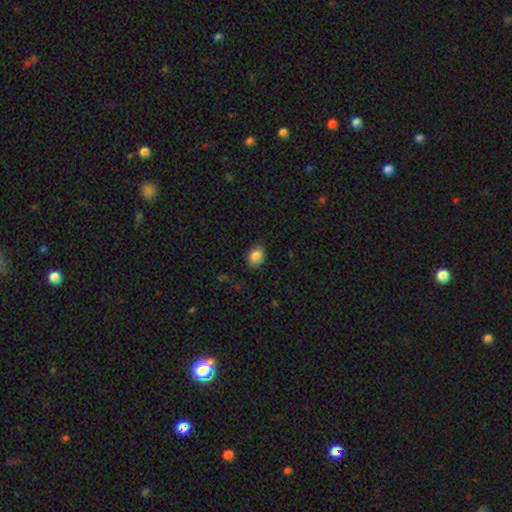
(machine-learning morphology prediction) smooth 86%, star or artifact 8%, featured or disk 6%. Down the decision tree: how rounded — in between (56%); merging — none (84%).